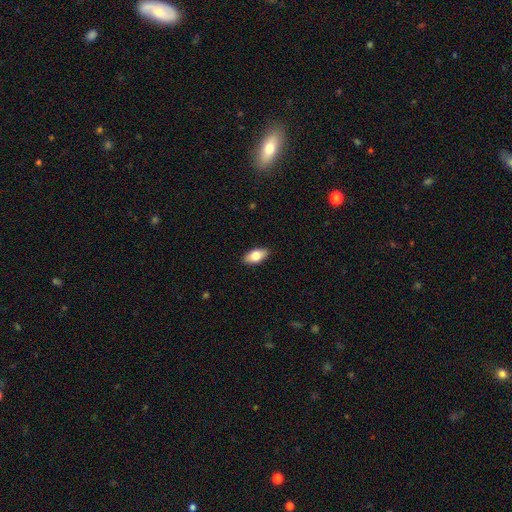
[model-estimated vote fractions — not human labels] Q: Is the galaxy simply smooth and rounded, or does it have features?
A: smooth — 77%.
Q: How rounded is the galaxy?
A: in between — 90%.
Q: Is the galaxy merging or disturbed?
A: none — 89%.